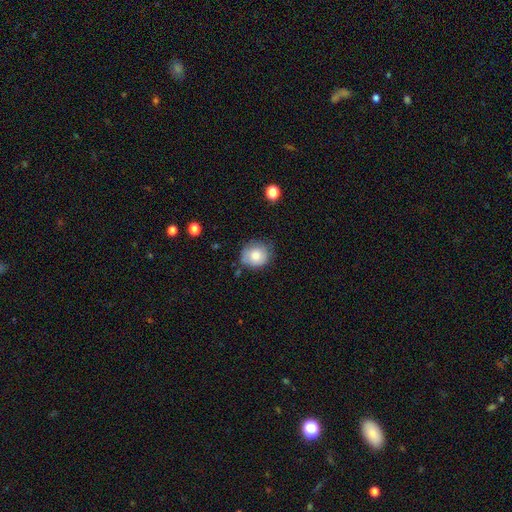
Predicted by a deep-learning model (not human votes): A smooth galaxy with no disk features (77%) that is round (79%). Merging: none (65%).